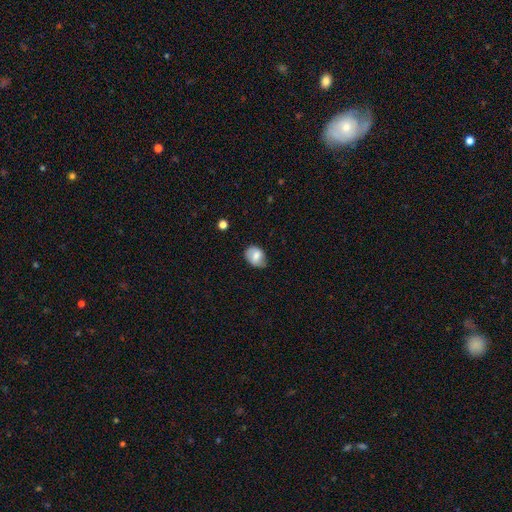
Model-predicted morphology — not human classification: Smooth or featured? Predicted: smooth (p=0.71). How rounded? Predicted: in between (p=0.69). Merging? Predicted: none (p=0.67).